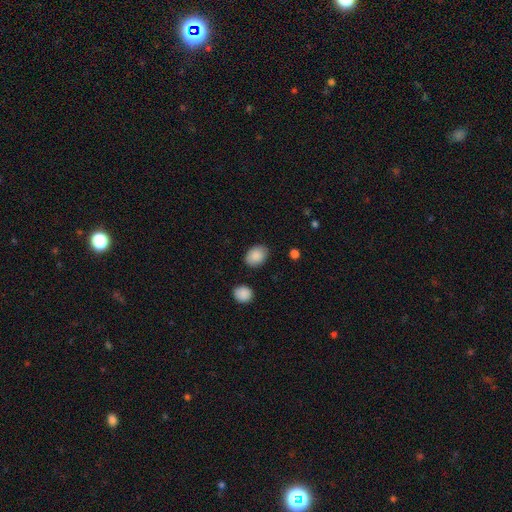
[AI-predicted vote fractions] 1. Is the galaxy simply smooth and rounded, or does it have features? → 89% smooth, 7% star or artifact, 4% featured or disk.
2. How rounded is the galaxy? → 75% in between, 24% round, 1% cigar-shaped.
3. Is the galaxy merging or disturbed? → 82% none, 12% minor disturbance, 3% major disturbance, 2% merger.